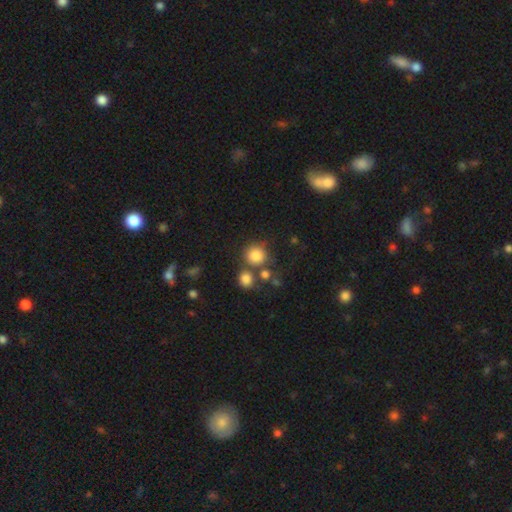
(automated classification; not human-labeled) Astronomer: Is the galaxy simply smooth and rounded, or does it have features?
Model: smooth — 81%.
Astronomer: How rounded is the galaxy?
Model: round — 90%.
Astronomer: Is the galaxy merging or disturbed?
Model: none — 64%.